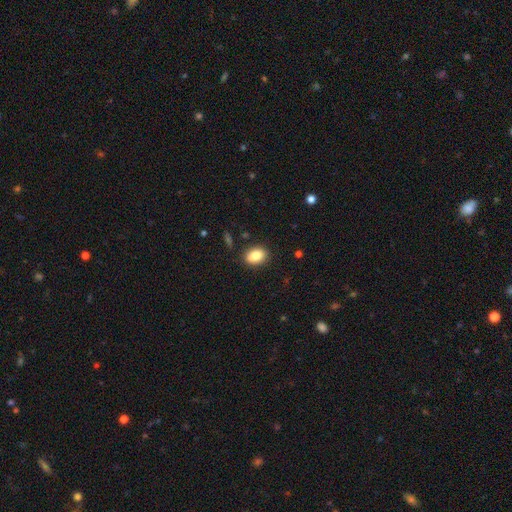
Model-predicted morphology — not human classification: This appears to be a smooth galaxy with no disk features (84%) that is in between round and cigar-shaped (73%). Merging: none (87%).